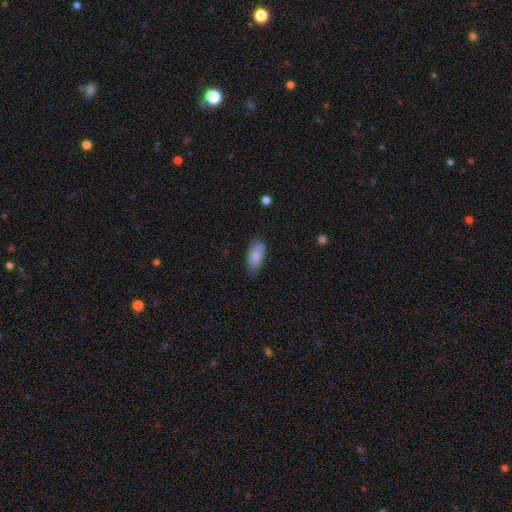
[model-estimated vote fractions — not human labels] smooth 81%, featured or disk 13%, star or artifact 6%. Down the decision tree: how rounded — in between (89%); merging — none (69%).